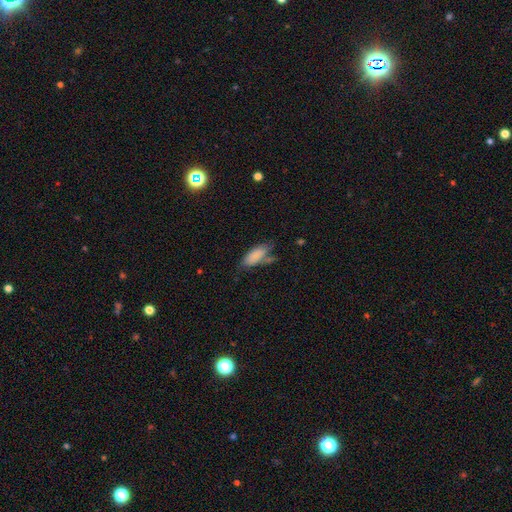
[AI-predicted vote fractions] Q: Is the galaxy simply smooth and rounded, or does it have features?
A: smooth — 83%.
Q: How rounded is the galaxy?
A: in between — 82%.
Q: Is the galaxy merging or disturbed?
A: none — 50%.